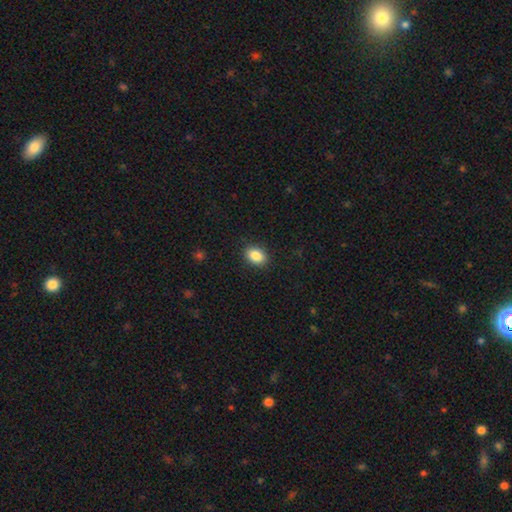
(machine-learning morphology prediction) Smooth or featured?
  - smooth: 87% *
  - star or artifact: 8%
  - featured or disk: 5%
How rounded?
  - in between: 75% *
  - round: 24%
  - cigar-shaped: 1%
Merging?
  - none: 89% *
  - minor disturbance: 8%
  - major disturbance: 2%
  - merger: 1%